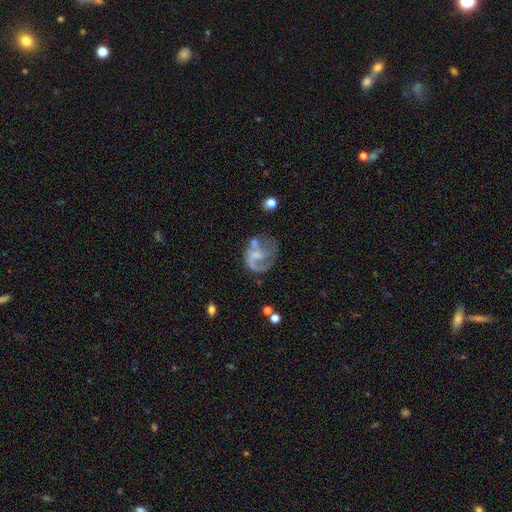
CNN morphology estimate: Smooth or featured: featured or disk — 61% (smooth — 31%)
Edge-on disk: no — 98% (yes — 2%)
Bar: no — 62% (weak — 31%)
Spiral arms: yes — 61% (no — 39%)
Bulge size: none — 39% (small — 29%)
Merging: major disturbance — 36% (none — 34%)